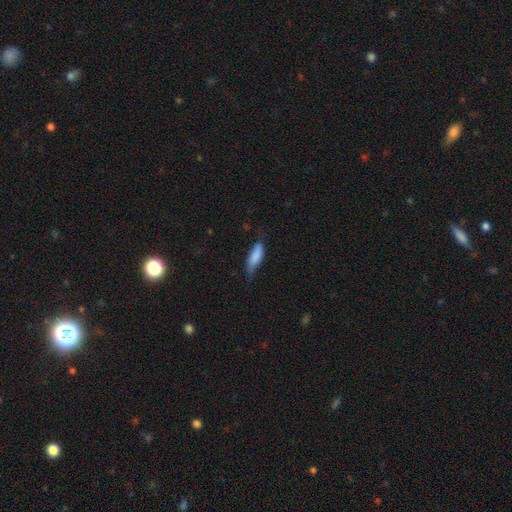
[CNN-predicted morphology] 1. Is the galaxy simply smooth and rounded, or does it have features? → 84% smooth, 10% featured or disk, 6% star or artifact.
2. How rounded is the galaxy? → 55% in between, 43% cigar-shaped, 2% round.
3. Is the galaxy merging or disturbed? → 56% none, 35% minor disturbance, 8% major disturbance, 2% merger.